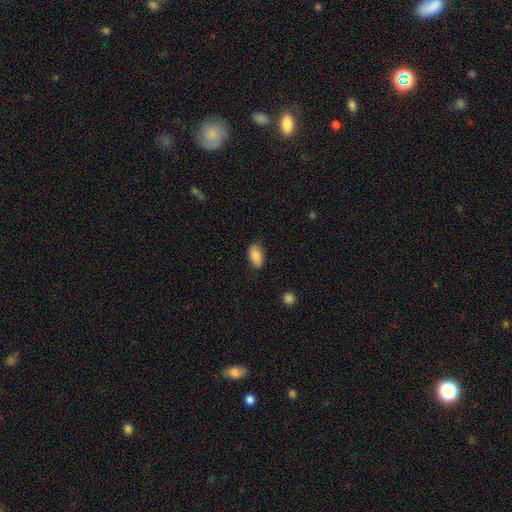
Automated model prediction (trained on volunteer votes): Smooth or featured? smooth (86%)
How rounded? in between (92%)
Merging? none (81%)